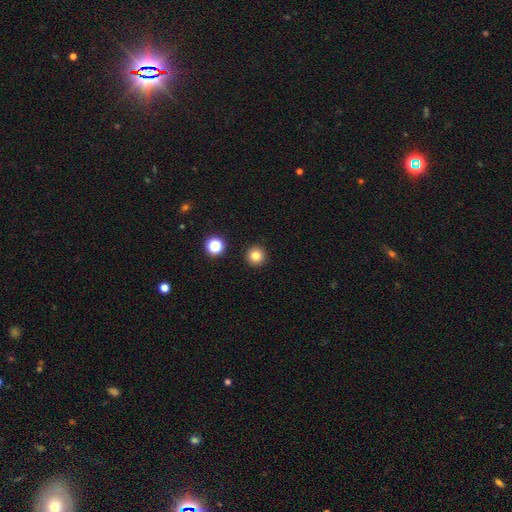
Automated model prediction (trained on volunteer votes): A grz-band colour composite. It shows a smooth galaxy with no disk features (81%) that is round (96%). Merging: none (92%).